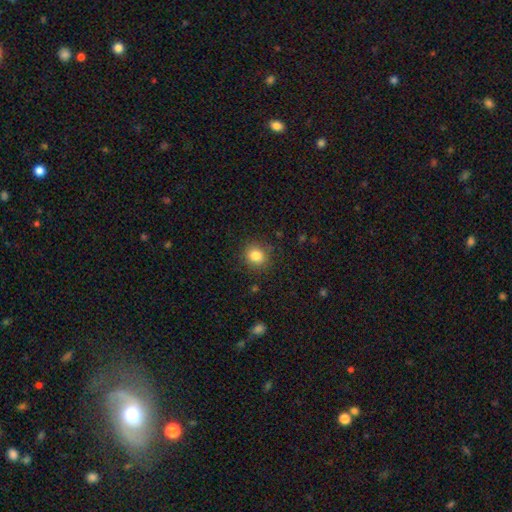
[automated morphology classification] A smooth galaxy with no disk features (83%) that is round (81%). Merging: none (86%).